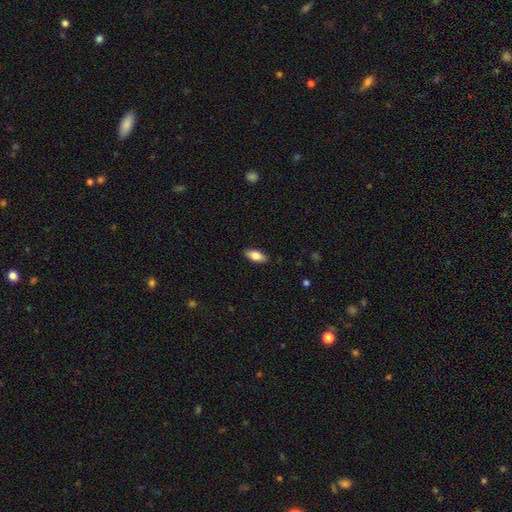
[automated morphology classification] Q: Smooth or featured?
A: smooth (75%); runner-up: featured or disk (19%)
Q: How rounded?
A: in between (83%); runner-up: cigar-shaped (14%)
Q: Merging?
A: none (88%); runner-up: minor disturbance (9%)